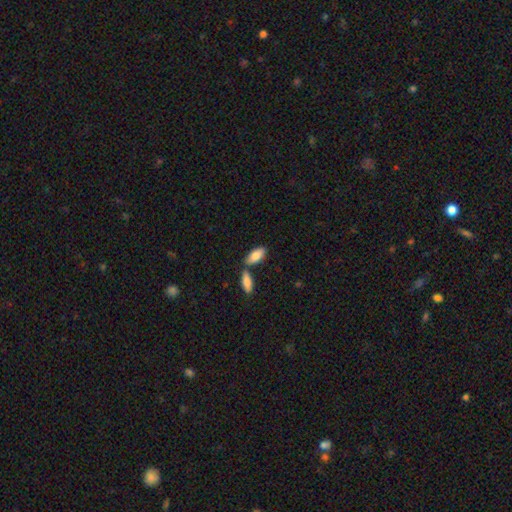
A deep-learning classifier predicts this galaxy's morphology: This is clearly a smooth galaxy (83%). How rounded: clearly in between (85%). Merging: possibly none (57%).